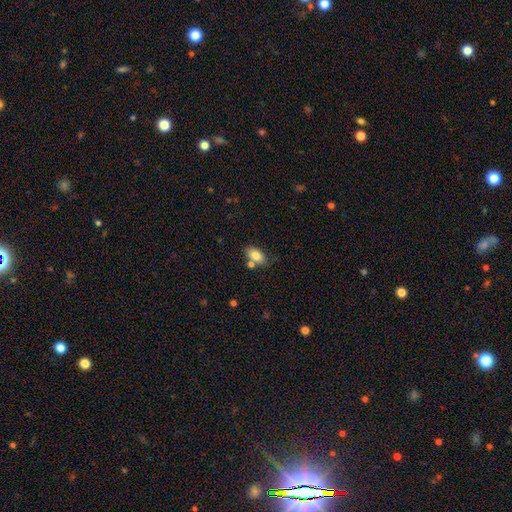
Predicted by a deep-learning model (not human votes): The model was most divided on "merging": none: 59%, merger: 20%, minor disturbance: 17%, major disturbance: 5%. More confident: how rounded — in between (89%); smooth or featured — smooth (80%).